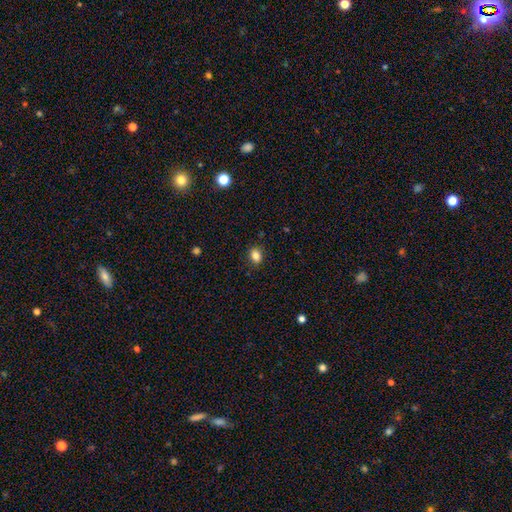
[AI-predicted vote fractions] smooth_or_featured: smooth (p=0.84) [alt: star or artifact p=0.11]
how_rounded: in between (p=0.60) [alt: round p=0.39]
merging: none (p=0.87) [alt: minor disturbance p=0.09]